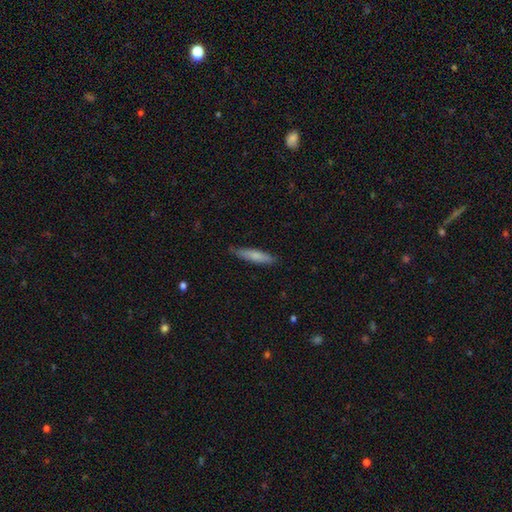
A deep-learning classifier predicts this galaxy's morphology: This appears to be a smooth galaxy with no disk features (75%) that is cigar-shaped (84%). Merging: none (81%).